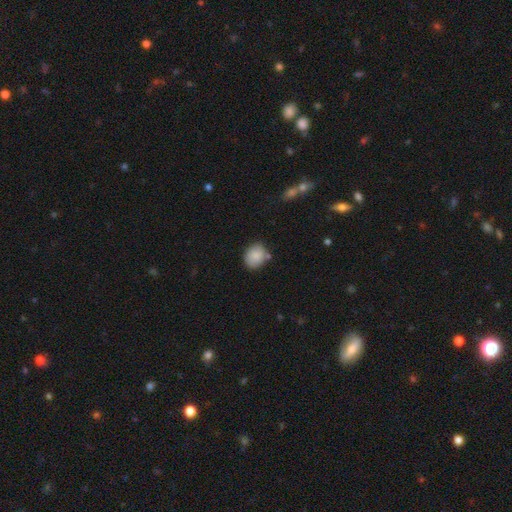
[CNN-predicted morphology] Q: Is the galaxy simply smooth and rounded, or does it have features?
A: smooth — 87%.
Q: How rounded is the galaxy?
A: in between — 53%.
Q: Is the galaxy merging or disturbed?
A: none — 74%.